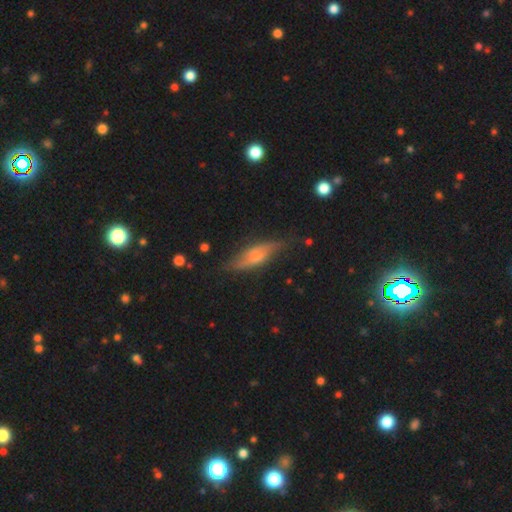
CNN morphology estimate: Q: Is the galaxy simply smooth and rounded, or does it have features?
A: featured or disk — 57%.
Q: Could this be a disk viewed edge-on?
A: yes — 79%.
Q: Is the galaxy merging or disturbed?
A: none — 71%.